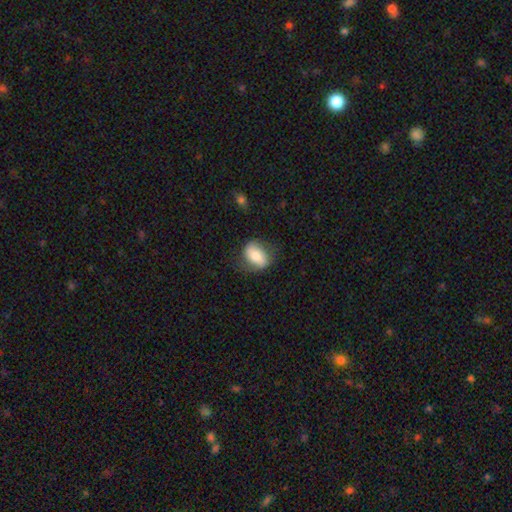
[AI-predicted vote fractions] smooth_or_featured: smooth (p=0.65) [alt: featured or disk p=0.28]
how_rounded: in between (p=0.79) [alt: round p=0.18]
merging: none (p=0.66) [alt: minor disturbance p=0.24]